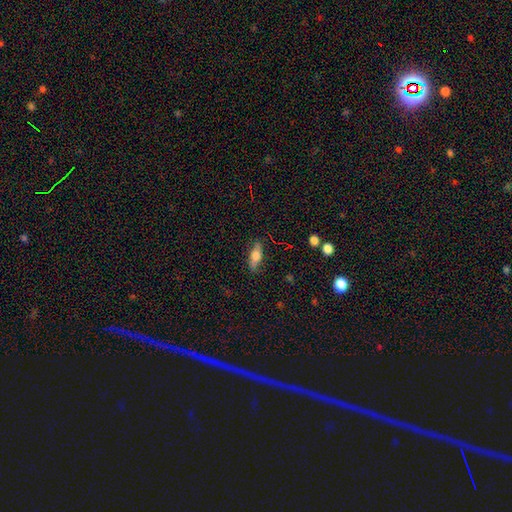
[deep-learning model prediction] Smooth or featured? smooth (64%)
How rounded? in between (63%)
Merging? none (81%)